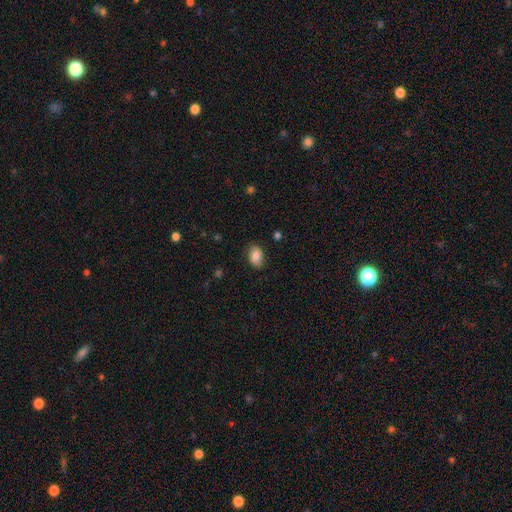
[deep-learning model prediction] Smooth or featured? smooth (83%)
How rounded? in between (85%)
Merging? none (83%)